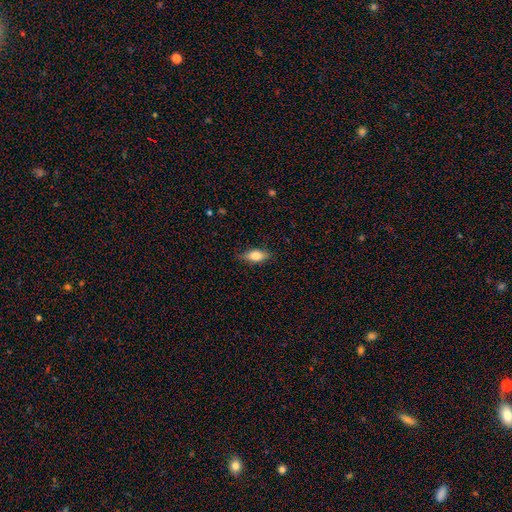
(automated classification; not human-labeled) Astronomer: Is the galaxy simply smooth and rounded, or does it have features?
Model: smooth — 75%.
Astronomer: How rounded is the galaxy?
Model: in between — 81%.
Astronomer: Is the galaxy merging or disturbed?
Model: none — 82%.